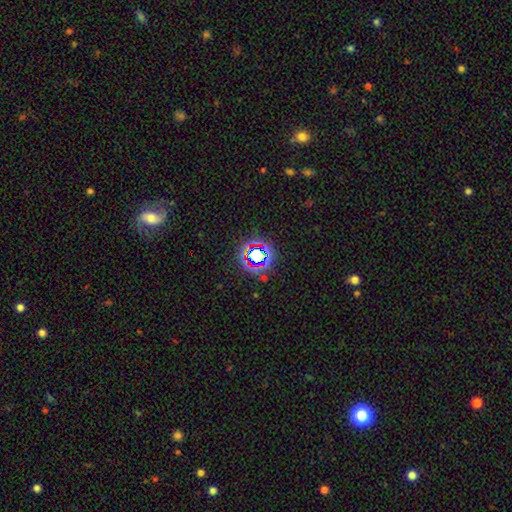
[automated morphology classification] type=star or artifact (69%).